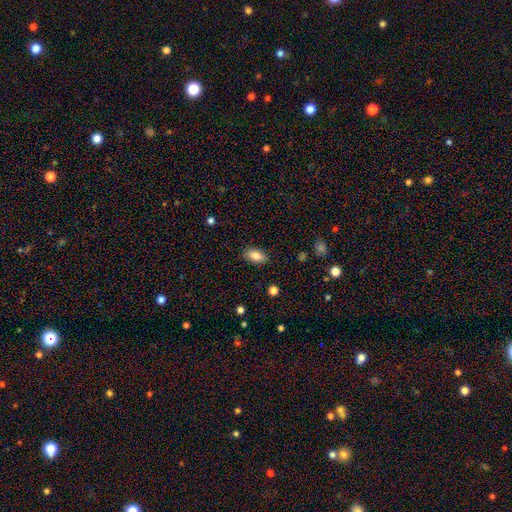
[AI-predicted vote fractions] Morphology: type=smooth (84%); roundness=in between (91%); merging=none (87%).